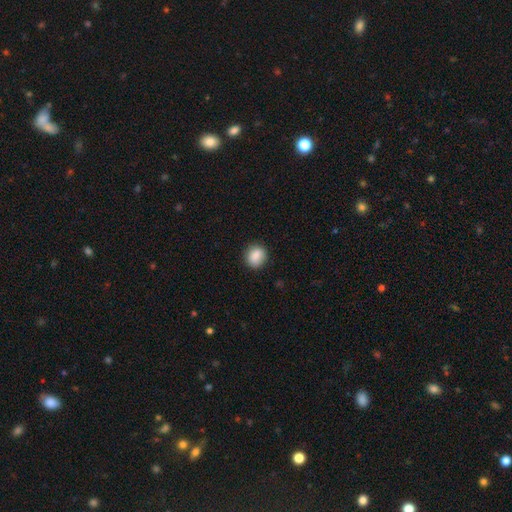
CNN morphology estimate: smooth 87%, star or artifact 8%, featured or disk 5%. Down the decision tree: how rounded — round (77%); merging — none (87%).